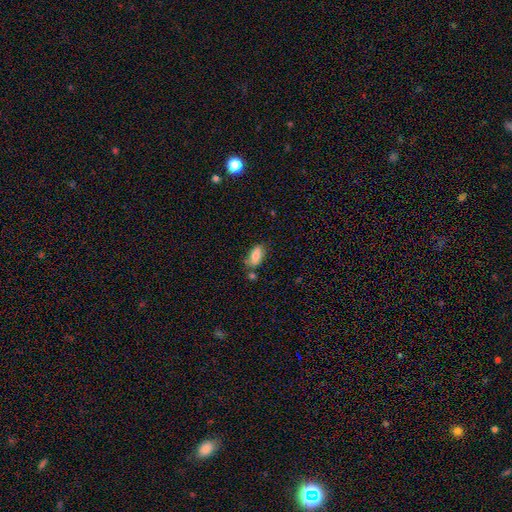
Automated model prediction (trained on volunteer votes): This is clearly a smooth galaxy (81%). How rounded: clearly in between (89%). Merging: likely none (65%).